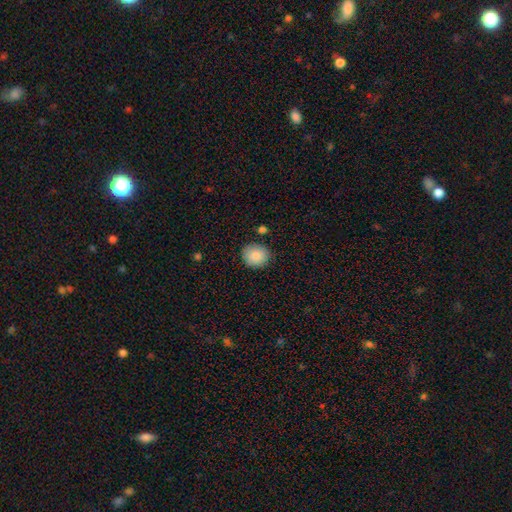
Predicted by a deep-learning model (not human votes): smooth 85%, star or artifact 8%, featured or disk 7%. Down the decision tree: how rounded — round (78%); merging — none (84%).